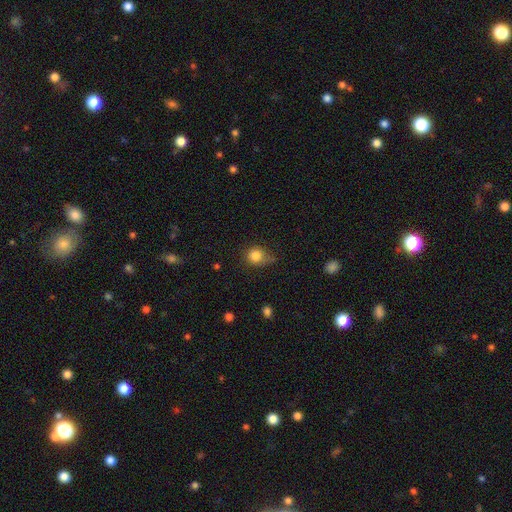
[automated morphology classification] type=smooth (83%); roundness=round (83%); merging=none (56%).